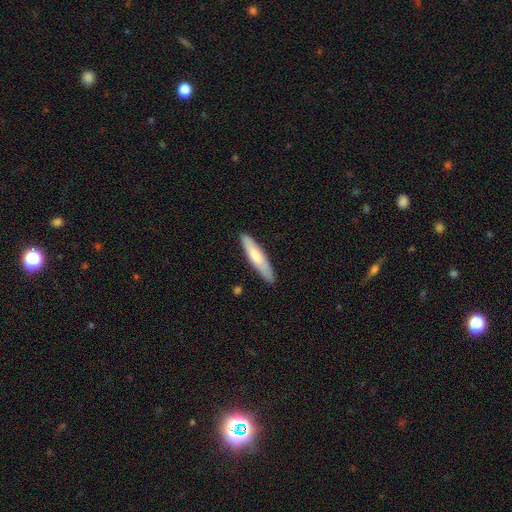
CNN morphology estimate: type=smooth (69%); roundness=cigar-shaped (85%); merging=none (87%).